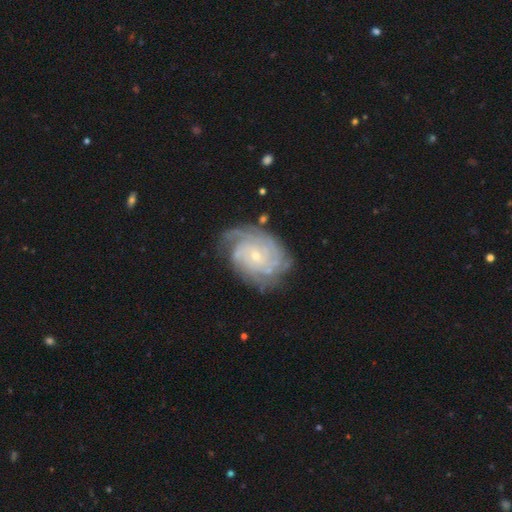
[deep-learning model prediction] Q: Smooth or featured?
A: featured or disk (86%); runner-up: smooth (8%)
Q: Edge-on disk?
A: no (97%); runner-up: yes (3%)
Q: Bar?
A: no (71%); runner-up: weak (24%)
Q: Spiral arms?
A: yes (97%); runner-up: no (3%)
Q: Spiral winding?
A: tight (73%); runner-up: medium (22%)
Q: Spiral arm count?
A: can't tell (33%); runner-up: 4 (21%)
Q: Bulge size?
A: small (77%); runner-up: moderate (19%)
Q: Merging?
A: none (71%); runner-up: minor disturbance (19%)